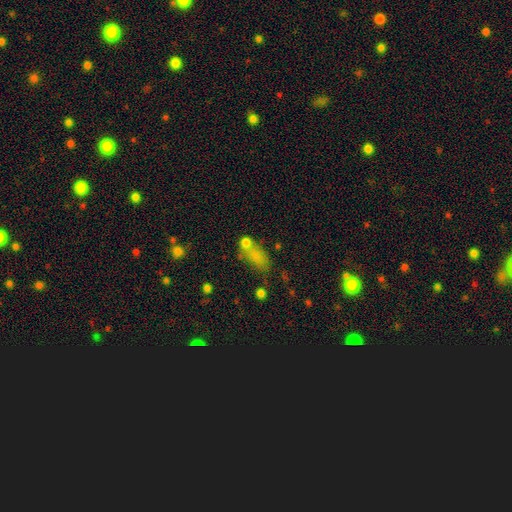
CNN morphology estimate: Overall: smooth (74%). How rounded: in between (79%). Merging: none (43%; merger 23%).